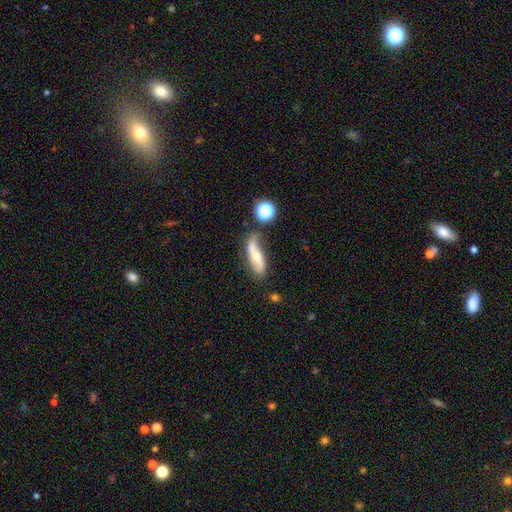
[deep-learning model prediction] Smooth or featured?
  - featured or disk: 52% *
  - smooth: 38%
  - star or artifact: 9%
Edge-on disk?
  - no: 75% *
  - yes: 25%
Merging?
  - none: 50% *
  - minor disturbance: 25%
  - merger: 14%
  - major disturbance: 11%